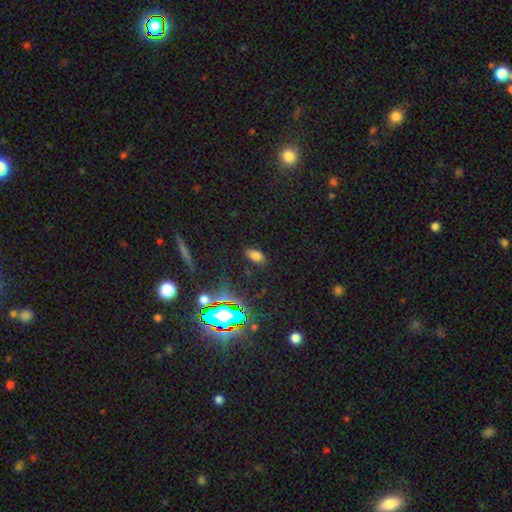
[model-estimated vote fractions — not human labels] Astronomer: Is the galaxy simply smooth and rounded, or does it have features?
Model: smooth — 71%.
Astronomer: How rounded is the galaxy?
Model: in between — 90%.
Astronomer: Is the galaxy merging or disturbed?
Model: none — 82%.